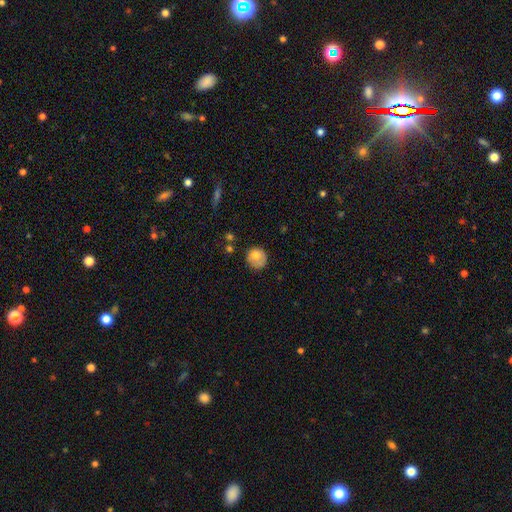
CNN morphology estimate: A smooth galaxy with no disk features (71%) that is round (83%). Merging: none (64%).